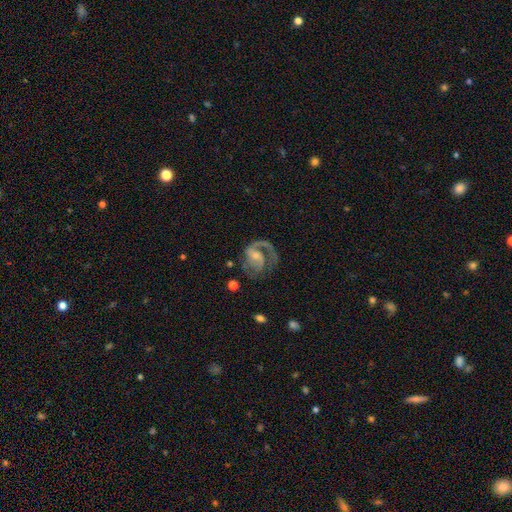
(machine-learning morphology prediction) type=featured or disk (86%); edge-on=no (98%); bar=no (45%); spiral arms=yes (94%); winding=medium (51%); arm count=2 (53%); bulge=small (58%); merging=none (52%).